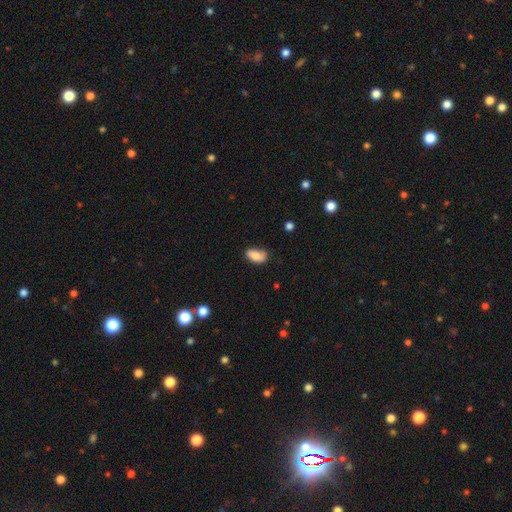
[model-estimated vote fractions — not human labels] Q: Smooth or featured?
A: smooth (81%); runner-up: featured or disk (11%)
Q: How rounded?
A: in between (91%); runner-up: round (5%)
Q: Merging?
A: none (60%); runner-up: minor disturbance (30%)